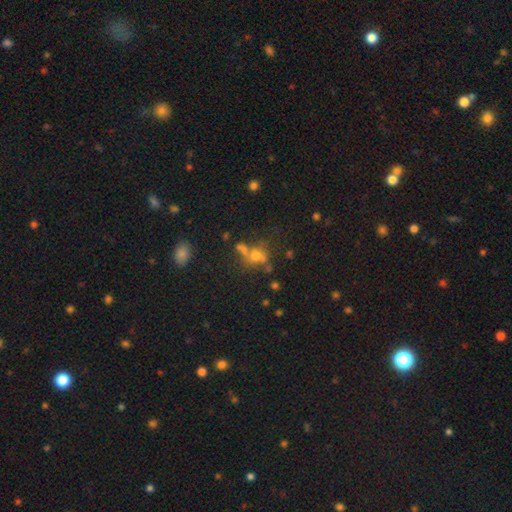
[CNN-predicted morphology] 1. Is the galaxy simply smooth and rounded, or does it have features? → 54% smooth, 24% star or artifact, 21% featured or disk.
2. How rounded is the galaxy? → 62% round, 35% in between, 3% cigar-shaped.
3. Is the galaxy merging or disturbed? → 44% none, 33% merger, 13% minor disturbance, 10% major disturbance.